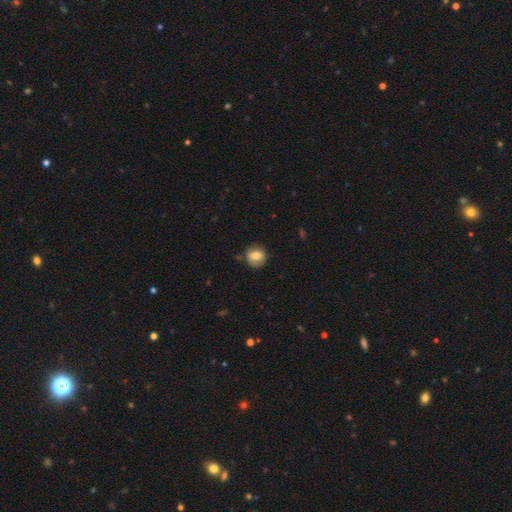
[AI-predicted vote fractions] A smooth galaxy with no disk features (72%) that is round (76%). Merging: none (71%).